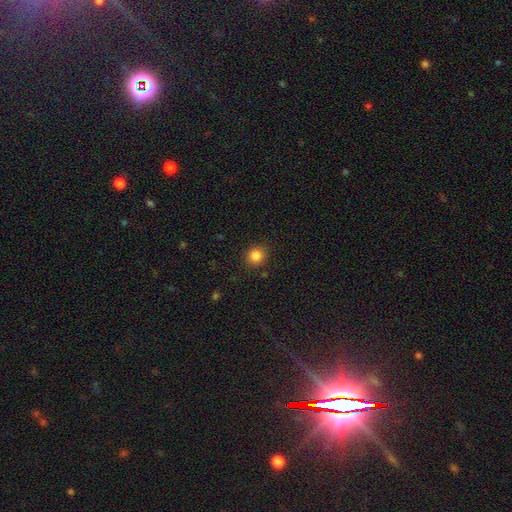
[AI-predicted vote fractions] Smooth or featured? smooth (84%)
How rounded? round (89%)
Merging? none (89%)